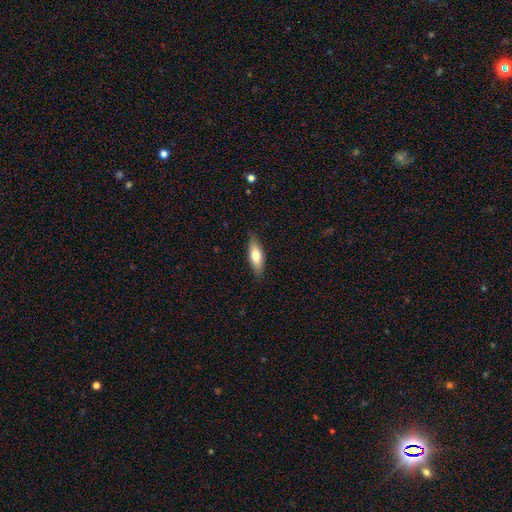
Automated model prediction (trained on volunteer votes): Smooth or featured?
  - smooth: 69% *
  - featured or disk: 24%
  - star or artifact: 6%
How rounded?
  - in between: 64% *
  - cigar-shaped: 33%
  - round: 2%
Merging?
  - none: 85% *
  - minor disturbance: 12%
  - major disturbance: 2%
  - merger: 1%